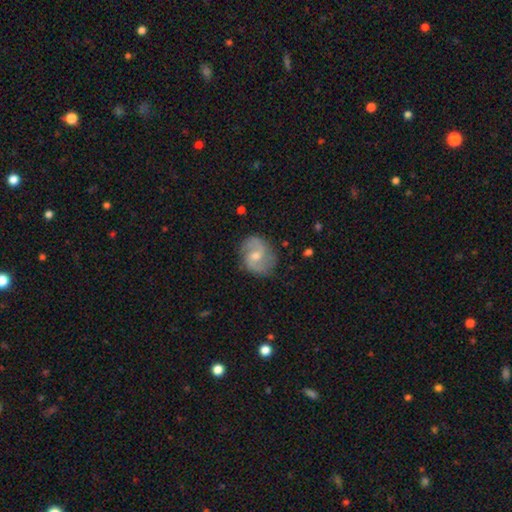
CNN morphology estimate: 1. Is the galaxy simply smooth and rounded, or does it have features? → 78% featured or disk, 16% smooth, 7% star or artifact.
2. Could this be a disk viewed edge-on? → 97% no, 3% yes.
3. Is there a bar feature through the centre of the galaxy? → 47% weak, 44% no, 10% strong.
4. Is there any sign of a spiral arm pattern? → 94% yes, 6% no.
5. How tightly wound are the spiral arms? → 49% medium, 28% loose, 22% tight.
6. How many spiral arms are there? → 88% 2, 6% can't tell, 2% 1, 2% 3, 1% 4, 1% more than 4.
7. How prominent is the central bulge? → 58% moderate, 37% small, 2% large, 2% none, 1% dominant.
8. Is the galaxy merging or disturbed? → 82% none, 13% minor disturbance, 4% major disturbance, 1% merger.